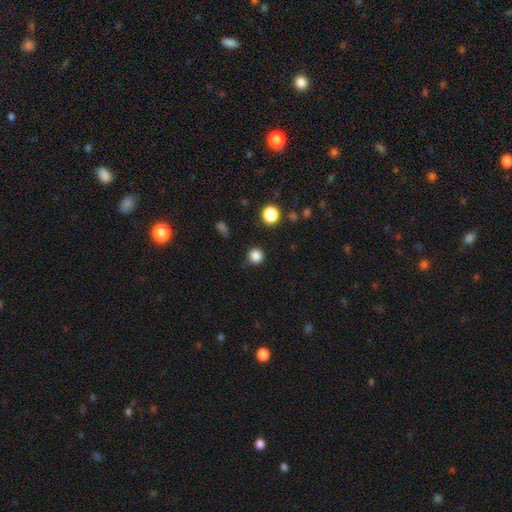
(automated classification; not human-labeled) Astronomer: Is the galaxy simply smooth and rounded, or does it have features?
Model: smooth — 85%.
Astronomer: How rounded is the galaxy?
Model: round — 94%.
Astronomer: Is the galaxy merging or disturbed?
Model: none — 87%.